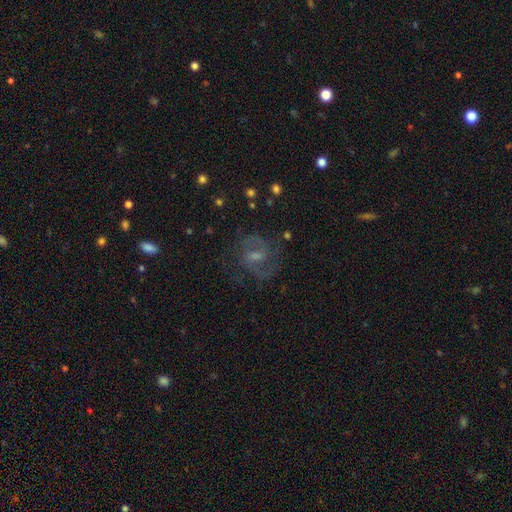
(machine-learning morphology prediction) The model was most divided on "bulge size": small: 44%, moderate: 35%, none: 15%, large: 4%, dominant: 1%. More confident: edge-on disk — no (97%); spiral arms — yes (93%); spiral arm count — 2 (82%); smooth or featured — featured or disk (76%); merging — none (71%); bar — weak (59%); spiral winding — medium (57%).